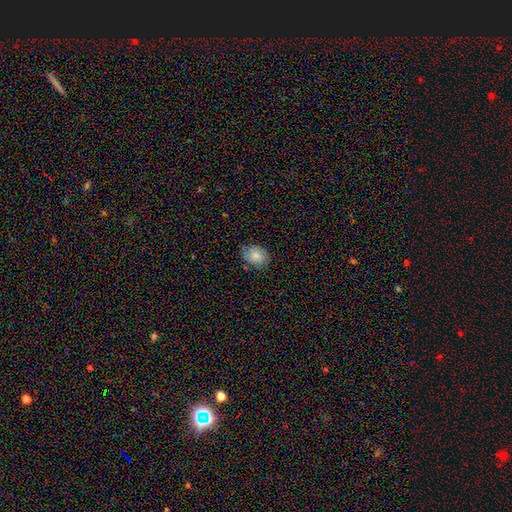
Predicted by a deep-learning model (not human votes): Overall: smooth (76%). How rounded: in between (58%; round 41%). Merging: none (75%).